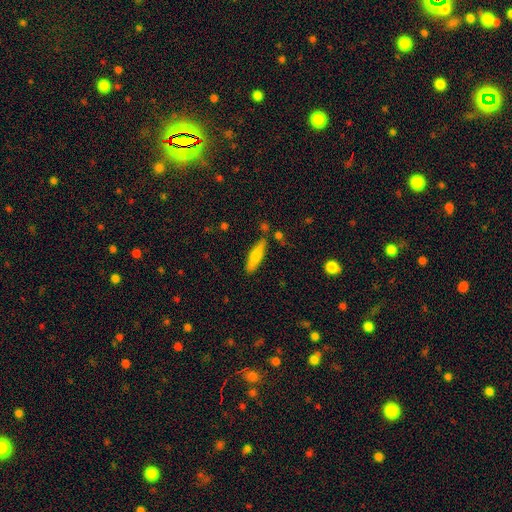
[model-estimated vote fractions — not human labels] Morphology: type=smooth (66%); roundness=cigar-shaped (70%); merging=none (82%).